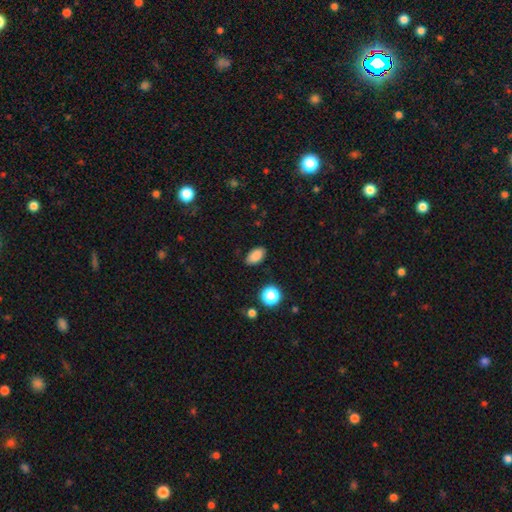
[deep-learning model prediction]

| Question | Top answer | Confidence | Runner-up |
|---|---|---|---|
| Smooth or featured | smooth | 85% | star or artifact (10%) |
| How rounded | in between | 91% | round (7%) |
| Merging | none | 86% | minor disturbance (10%) |